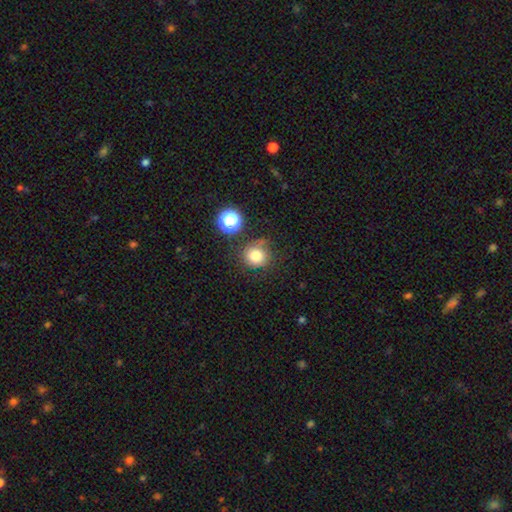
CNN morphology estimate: This is likely a smooth galaxy (79%). How rounded: clearly round (88%). Merging: likely none (71%).